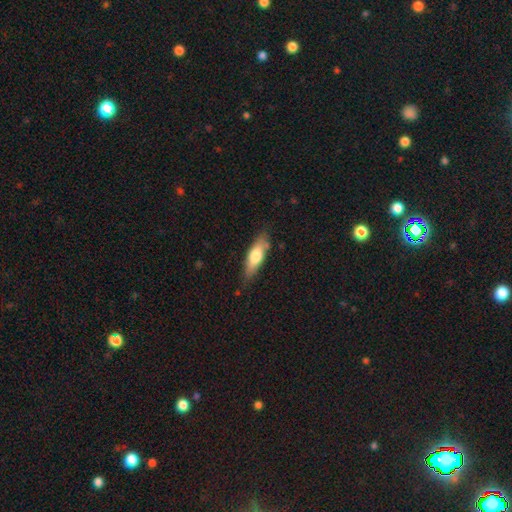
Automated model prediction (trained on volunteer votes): Smooth or featured: smooth — 67% (featured or disk — 27%)
How rounded: in between — 52% (cigar-shaped — 45%)
Merging: none — 75% (minor disturbance — 19%)